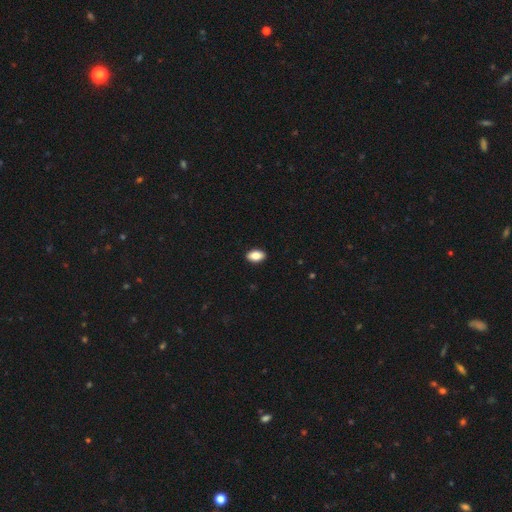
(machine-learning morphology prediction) smooth 86%, star or artifact 7%, featured or disk 7%. Down the decision tree: how rounded — in between (93%); merging — none (91%).